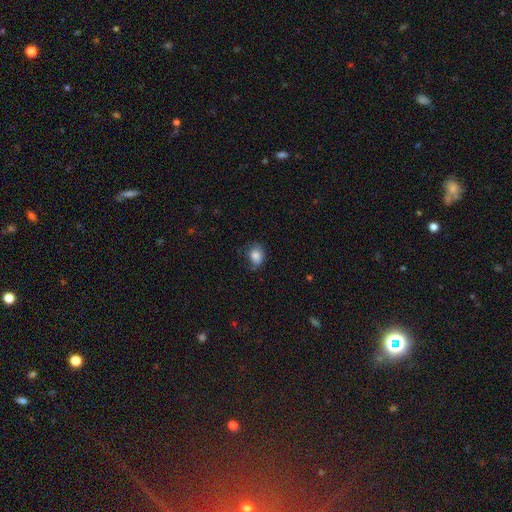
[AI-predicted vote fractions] smooth-or-featured: smooth: 84% | star or artifact: 9% | featured or disk: 7%
  how-rounded: in between: 58% | round: 41% | cigar-shaped: 1%
  merging: none: 54% | minor disturbance: 33% | major disturbance: 11% | merger: 2%